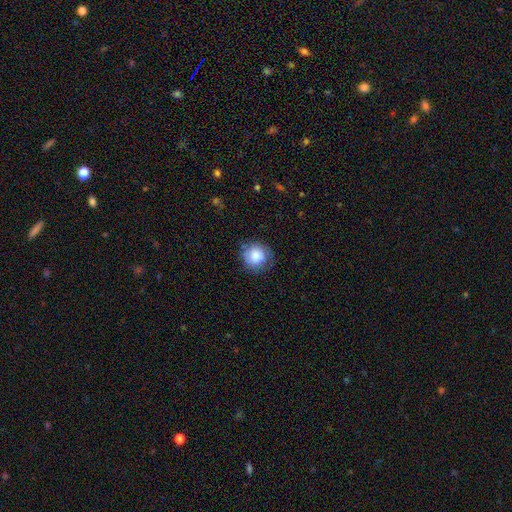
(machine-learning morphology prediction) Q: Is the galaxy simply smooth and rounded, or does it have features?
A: smooth — 81%.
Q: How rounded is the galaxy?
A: round — 88%.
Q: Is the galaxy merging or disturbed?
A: none — 74%.